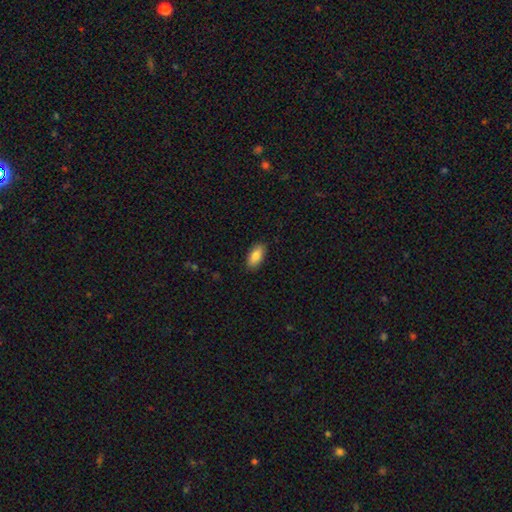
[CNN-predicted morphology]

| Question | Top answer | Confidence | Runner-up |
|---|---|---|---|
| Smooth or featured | smooth | 85% | featured or disk (8%) |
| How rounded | in between | 91% | cigar-shaped (6%) |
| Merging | none | 88% | minor disturbance (9%) |